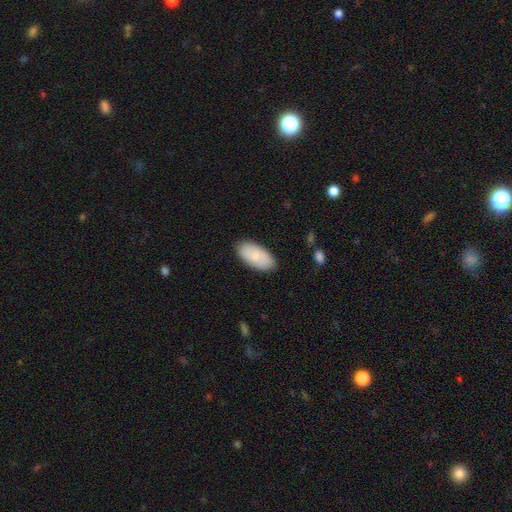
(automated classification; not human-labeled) This is likely a smooth galaxy (78%). How rounded: clearly in between (94%). Merging: clearly none (84%).